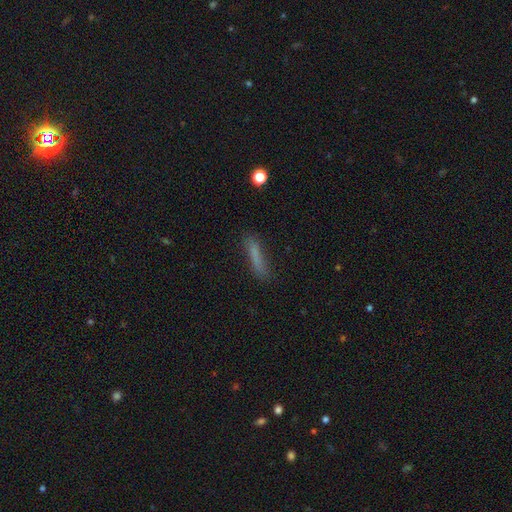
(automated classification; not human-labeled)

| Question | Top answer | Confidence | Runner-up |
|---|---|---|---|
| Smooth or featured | smooth | 74% | featured or disk (16%) |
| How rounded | cigar-shaped | 86% | in between (12%) |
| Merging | none | 76% | minor disturbance (16%) |